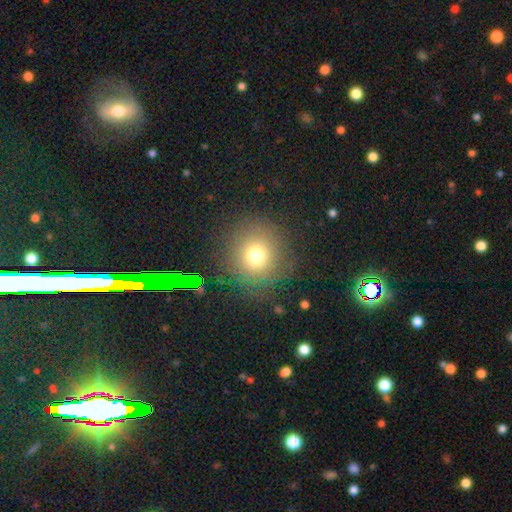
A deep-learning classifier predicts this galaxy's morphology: Q: Smooth or featured?
A: smooth (71%); runner-up: star or artifact (17%)
Q: How rounded?
A: round (91%); runner-up: in between (8%)
Q: Merging?
A: none (83%); runner-up: minor disturbance (10%)